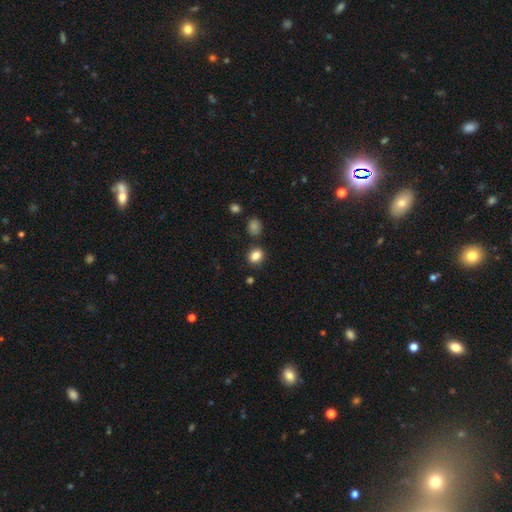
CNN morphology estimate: A smooth galaxy with no disk features (84%) that is round (52%).

Vote fractions:
- Smooth or featured? smooth: 84% / star or artifact: 10% / featured or disk: 5%
- How rounded? round: 52% / in between: 47% / cigar-shaped: 1%
- Merging? none: 81% / minor disturbance: 11% / merger: 5% / major disturbance: 3%